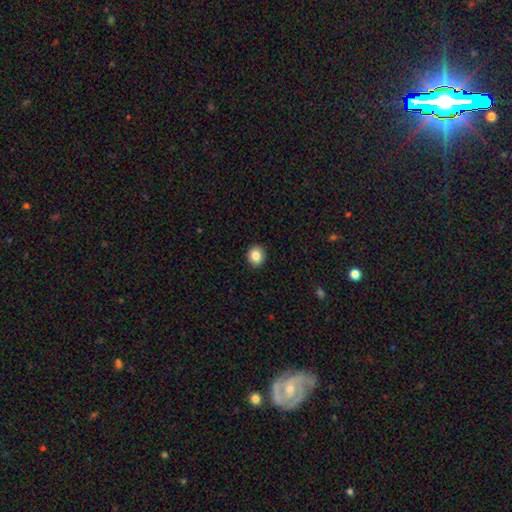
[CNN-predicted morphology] A smooth galaxy with no disk features (85%) that is round (74%).

Vote fractions:
- Smooth or featured? smooth: 85% / star or artifact: 9% / featured or disk: 6%
- How rounded? round: 74% / in between: 25% / cigar-shaped: 1%
- Merging? none: 92% / minor disturbance: 5% / major disturbance: 2% / merger: 1%